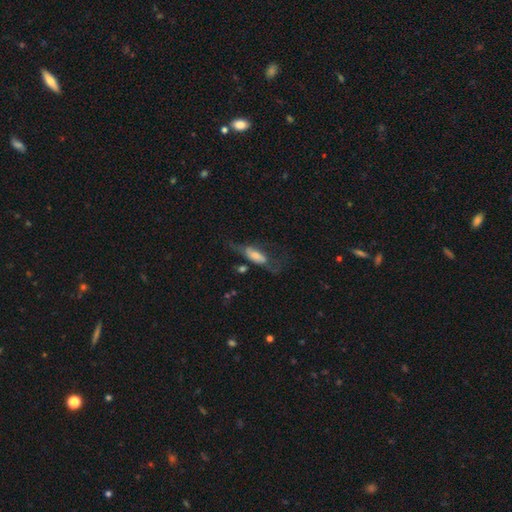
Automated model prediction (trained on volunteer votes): smooth-or-featured: smooth: 54% | featured or disk: 38% | star or artifact: 8%
  how-rounded: in between: 72% | cigar-shaped: 25% | round: 4%
  merging: major disturbance: 40% | none: 33% | minor disturbance: 23% | merger: 5%